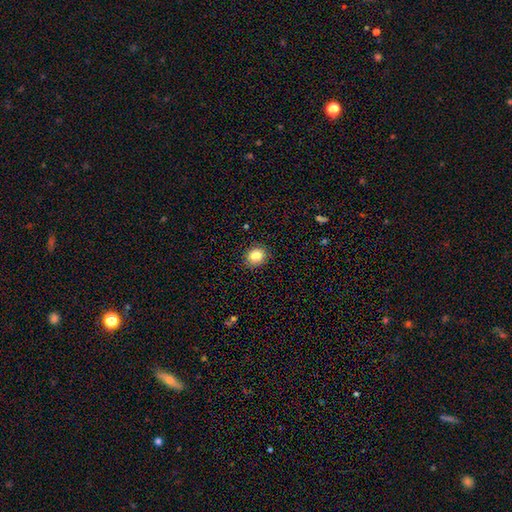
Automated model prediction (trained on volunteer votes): Smooth or featured? smooth (83%)
How rounded? round (68%)
Merging? none (89%)